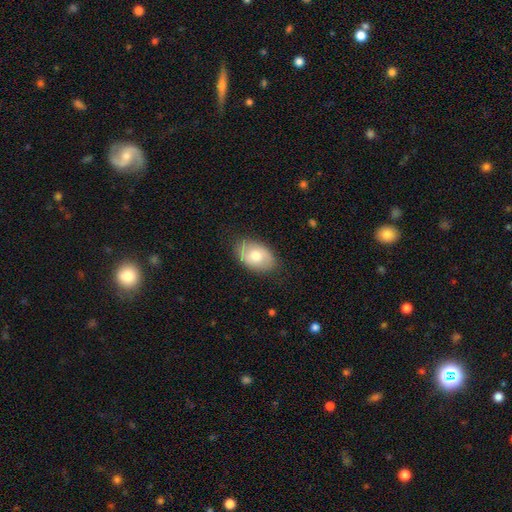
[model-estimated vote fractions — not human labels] Smooth or featured? smooth (56%)
How rounded? in between (85%)
Merging? none (81%)